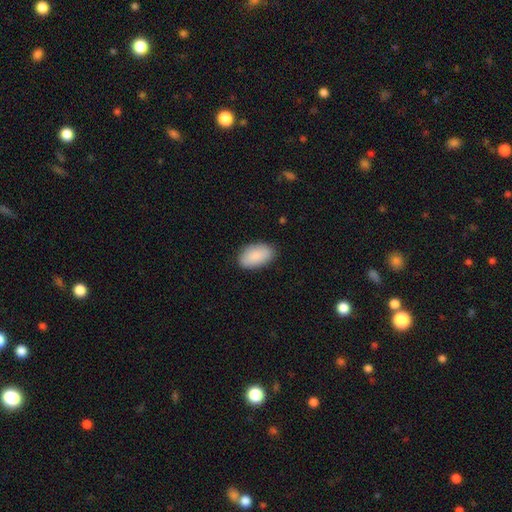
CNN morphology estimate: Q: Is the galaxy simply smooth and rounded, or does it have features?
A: smooth — 89%.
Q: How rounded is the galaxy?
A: in between — 95%.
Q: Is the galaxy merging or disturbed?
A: none — 86%.